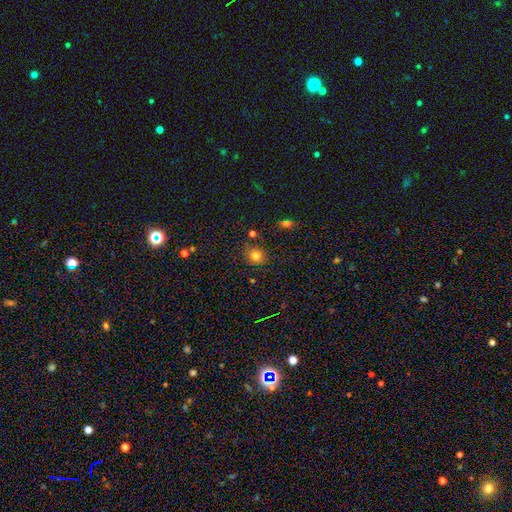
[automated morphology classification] smooth-or-featured: smooth: 78% | star or artifact: 15% | featured or disk: 7%
  how-rounded: round: 75% | in between: 24% | cigar-shaped: 1%
  merging: none: 78% | minor disturbance: 13% | merger: 5% | major disturbance: 4%